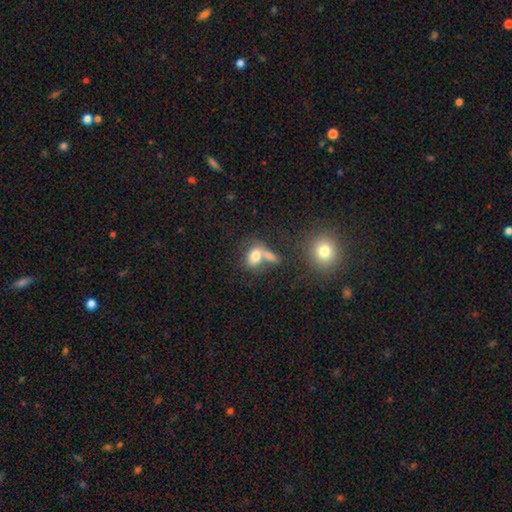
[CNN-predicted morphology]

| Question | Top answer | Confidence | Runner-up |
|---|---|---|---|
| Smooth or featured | smooth | 75% | featured or disk (15%) |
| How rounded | in between | 68% | round (30%) |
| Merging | merger | 53% | none (28%) |